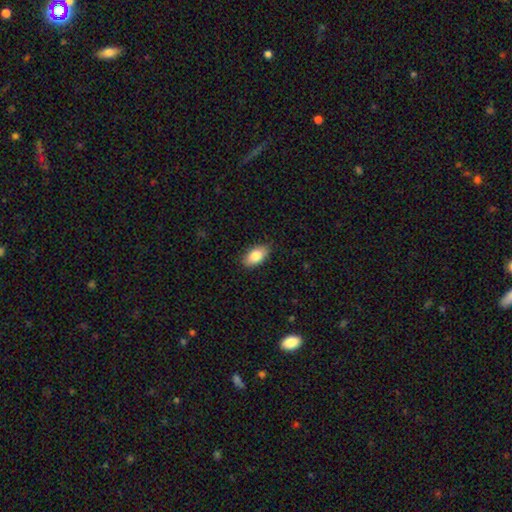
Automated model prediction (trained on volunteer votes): The model was most divided on "smooth or featured": smooth: 83%, featured or disk: 10%, star or artifact: 7%. More confident: how rounded — in between (93%); merging — none (86%).